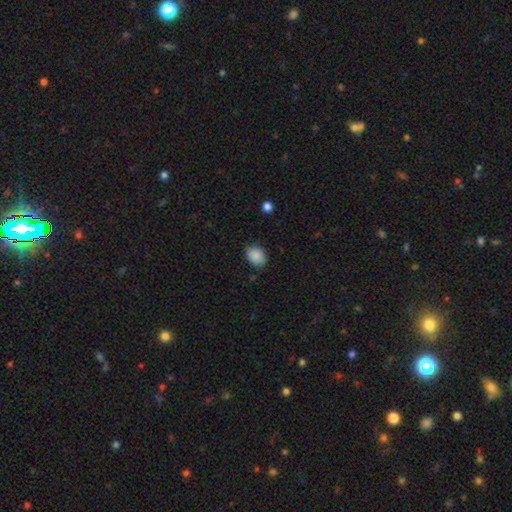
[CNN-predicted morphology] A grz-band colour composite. It shows a smooth galaxy with no disk features (87%) that is in between round and cigar-shaped (65%). Merging: none (79%).